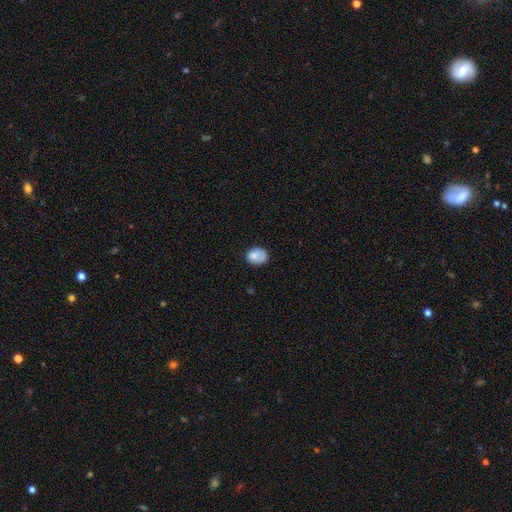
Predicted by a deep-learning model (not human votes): This appears to be a smooth galaxy with no disk features (79%) that is round (53%). Merging: none (64%).